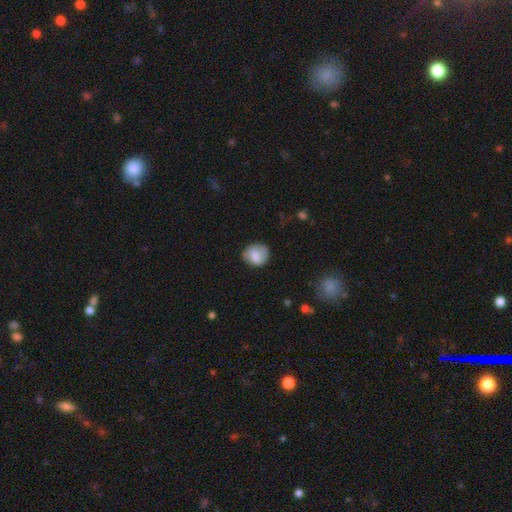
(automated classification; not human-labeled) The model was most divided on "how rounded": round: 66%, in between: 33%, cigar-shaped: 1%. More confident: merging — none (75%); smooth or featured — smooth (71%).